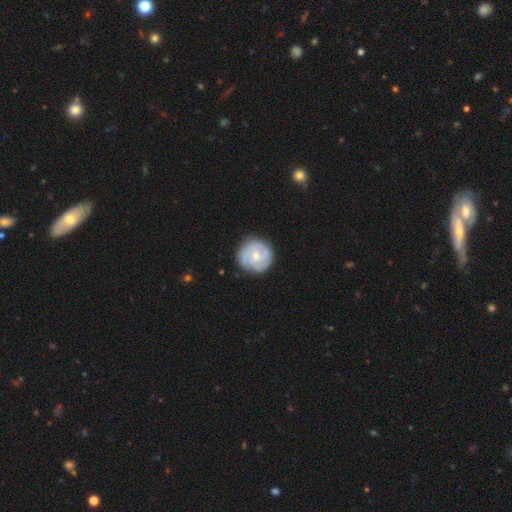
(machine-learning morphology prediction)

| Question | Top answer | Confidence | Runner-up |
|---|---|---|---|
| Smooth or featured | featured or disk | 82% | smooth (13%) |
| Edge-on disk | no | 98% | yes (2%) |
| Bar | no | 74% | weak (22%) |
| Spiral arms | yes | 96% | no (4%) |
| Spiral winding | tight | 69% | medium (26%) |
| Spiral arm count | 3 | 44% | can't tell (18%) |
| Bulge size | small | 56% | moderate (41%) |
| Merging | none | 82% | minor disturbance (13%) |